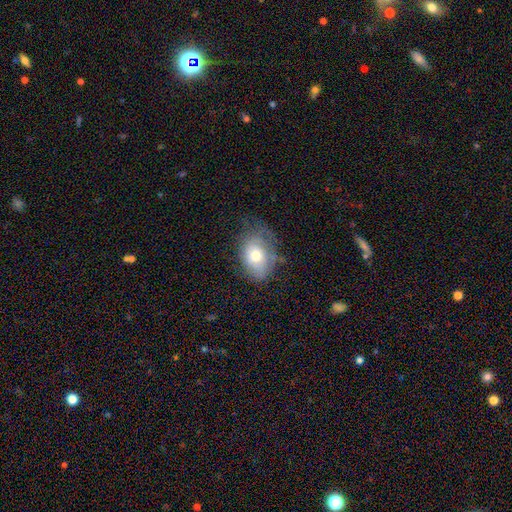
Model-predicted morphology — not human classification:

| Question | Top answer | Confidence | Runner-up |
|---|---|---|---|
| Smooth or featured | smooth | 62% | featured or disk (30%) |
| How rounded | in between | 78% | round (21%) |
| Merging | none | 51% | minor disturbance (32%) |